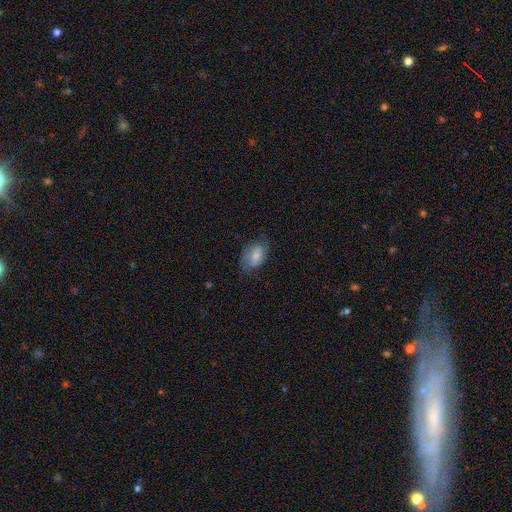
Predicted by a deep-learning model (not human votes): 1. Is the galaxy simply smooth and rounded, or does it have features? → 68% smooth, 25% featured or disk, 8% star or artifact.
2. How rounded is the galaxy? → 86% in between, 12% round, 2% cigar-shaped.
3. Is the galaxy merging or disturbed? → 64% none, 26% minor disturbance, 9% major disturbance, 1% merger.